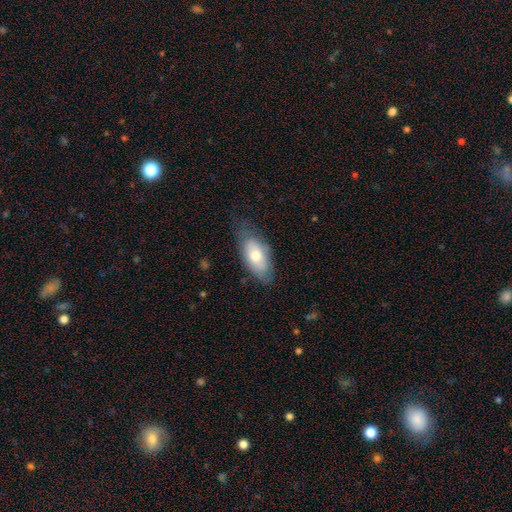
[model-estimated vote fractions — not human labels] Q: Smooth or featured?
A: smooth (68%); runner-up: featured or disk (26%)
Q: How rounded?
A: in between (89%); runner-up: cigar-shaped (7%)
Q: Merging?
A: none (65%); runner-up: minor disturbance (26%)